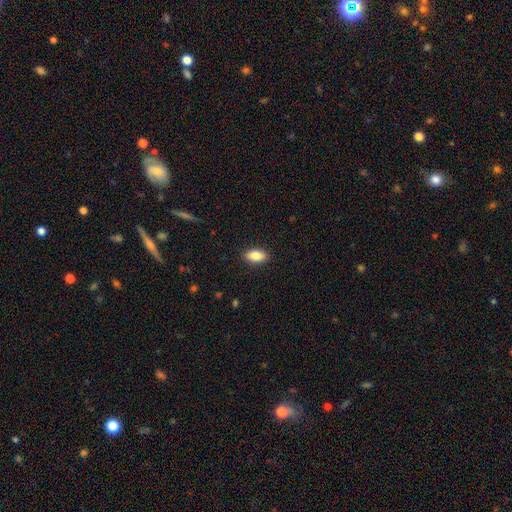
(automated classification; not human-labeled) Overall: smooth (83%). How rounded: in between (90%). Merging: none (90%).